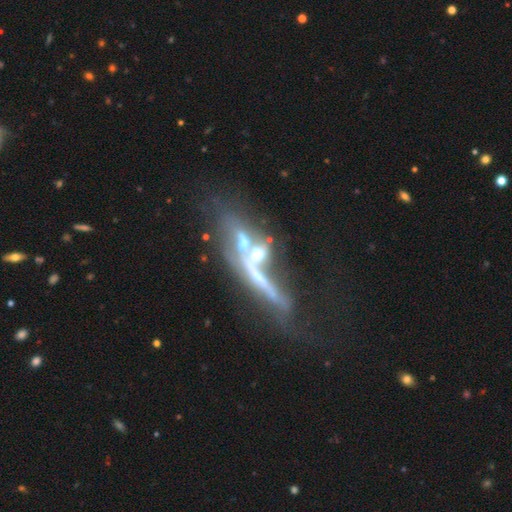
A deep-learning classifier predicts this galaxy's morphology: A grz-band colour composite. It shows a featured or disk galaxy (70%) viewed edge-on (57%). Merging: merger (50%).